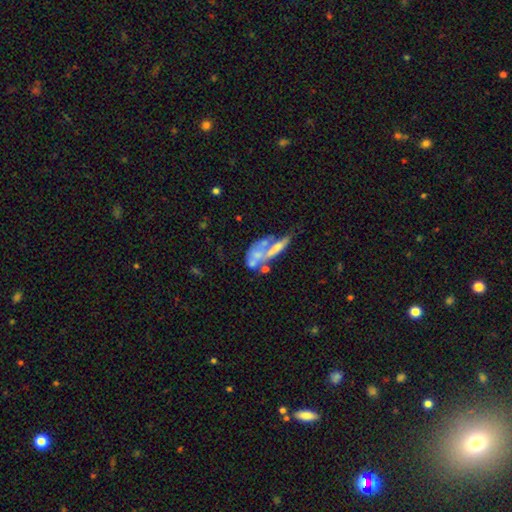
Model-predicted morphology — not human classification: Overall: featured or disk (53%; smooth 37%). Edge-on disk: no (89%). Merging: merger (41%; major disturbance 24%).